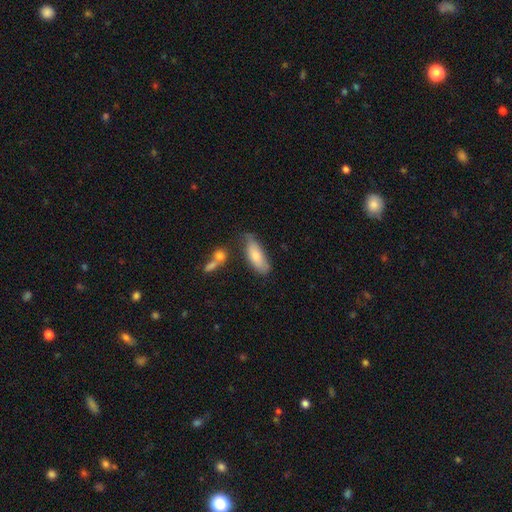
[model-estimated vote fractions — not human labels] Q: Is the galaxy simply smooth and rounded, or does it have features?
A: smooth — 76%.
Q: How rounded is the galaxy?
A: in between — 71%.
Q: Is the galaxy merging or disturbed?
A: none — 56%.